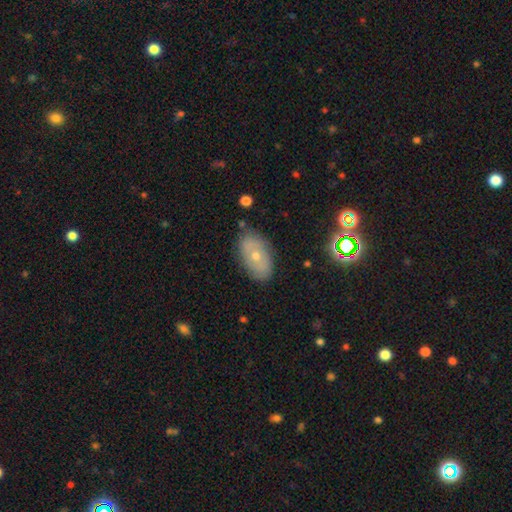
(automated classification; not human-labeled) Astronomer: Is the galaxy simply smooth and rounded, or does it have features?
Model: smooth — 50% (runner-up: featured or disk, 39%).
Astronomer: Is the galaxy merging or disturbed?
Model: none — 81%.